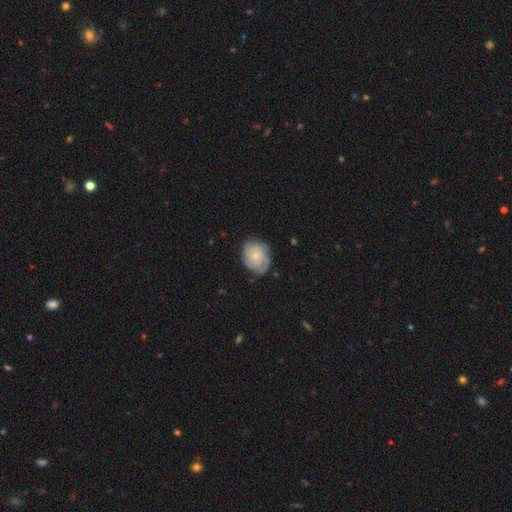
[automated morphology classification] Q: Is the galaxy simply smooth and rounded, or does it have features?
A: smooth — 48%.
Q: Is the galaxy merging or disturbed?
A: none — 67%.